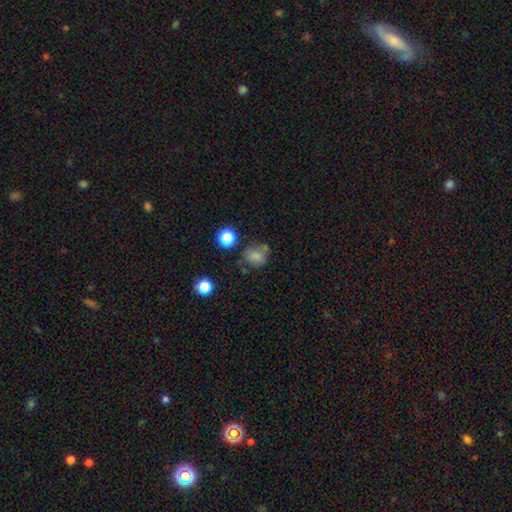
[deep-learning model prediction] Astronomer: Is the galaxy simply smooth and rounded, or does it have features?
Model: smooth — 77%.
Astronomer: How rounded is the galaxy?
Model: round — 68%.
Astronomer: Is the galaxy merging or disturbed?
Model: none — 61%.